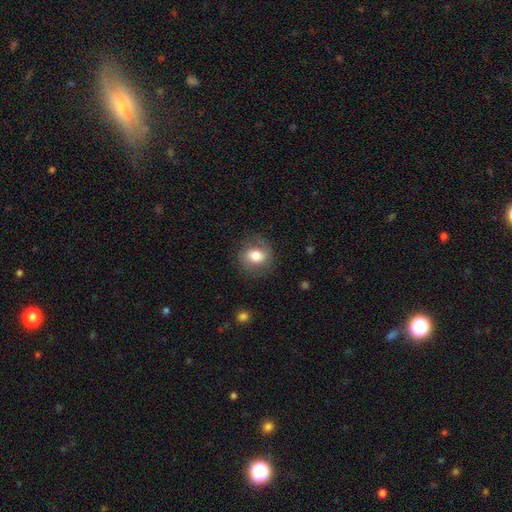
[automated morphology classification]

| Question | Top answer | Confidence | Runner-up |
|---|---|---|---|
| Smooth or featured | smooth | 65% | featured or disk (26%) |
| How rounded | round | 61% | in between (38%) |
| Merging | none | 72% | minor disturbance (18%) |